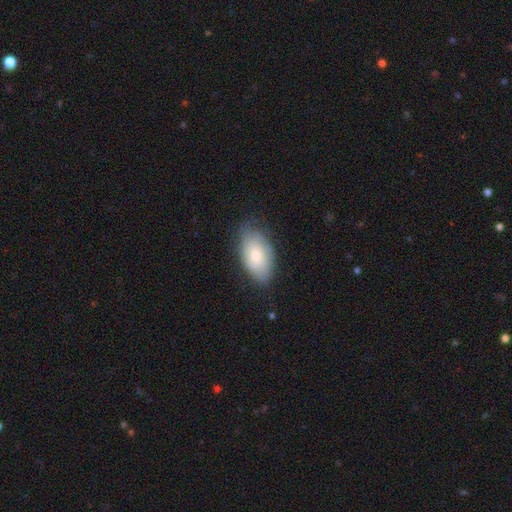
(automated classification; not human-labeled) smooth 64%, featured or disk 29%, star or artifact 7%. Down the decision tree: how rounded — in between (94%); merging — none (71%).